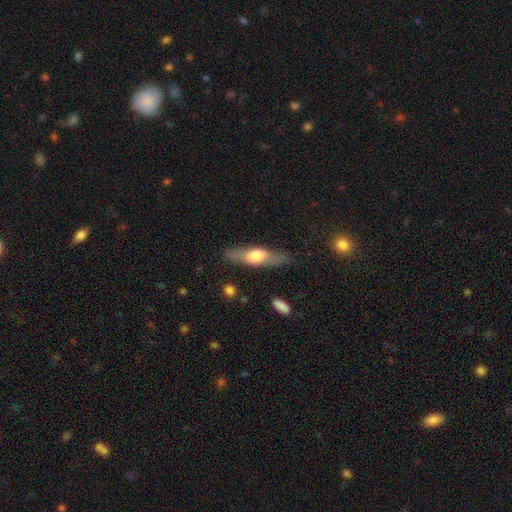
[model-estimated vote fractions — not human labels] This appears to be a smooth galaxy with no disk features (48%). Merging: none (81%).